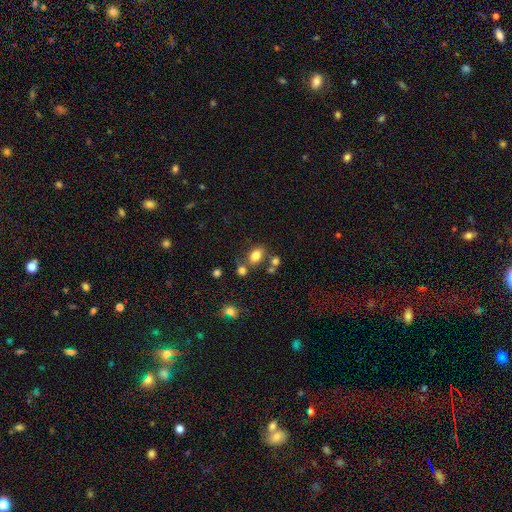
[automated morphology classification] The model was most divided on "merging": none: 62%, merger: 19%, minor disturbance: 14%, major disturbance: 5%. More confident: smooth or featured — smooth (81%); how rounded — in between (79%).